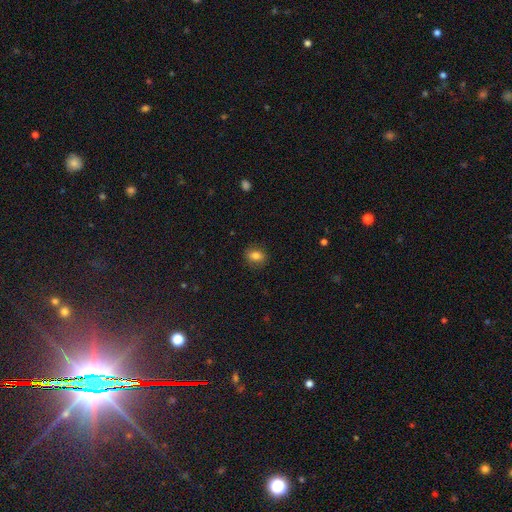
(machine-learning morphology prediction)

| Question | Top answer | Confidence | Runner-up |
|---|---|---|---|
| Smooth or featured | smooth | 81% | star or artifact (11%) |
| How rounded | in between | 60% | round (38%) |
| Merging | none | 87% | minor disturbance (10%) |